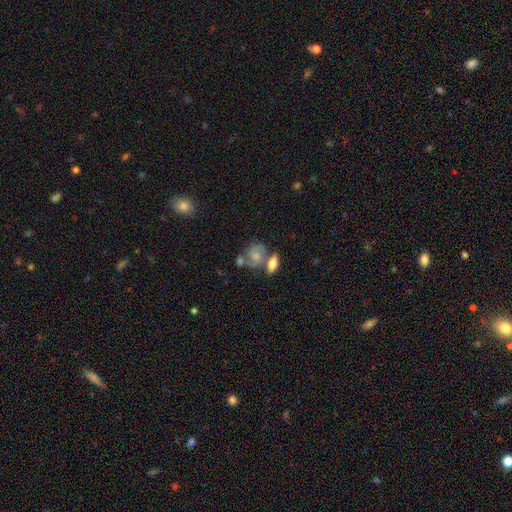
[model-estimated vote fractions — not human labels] This is possibly a featured or disk galaxy (48%). Merging: marginally none (40%).